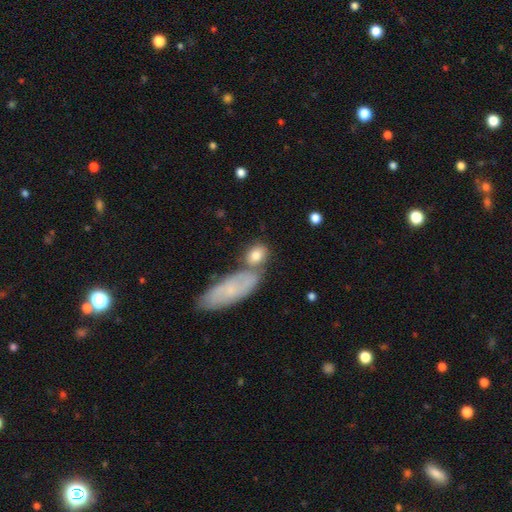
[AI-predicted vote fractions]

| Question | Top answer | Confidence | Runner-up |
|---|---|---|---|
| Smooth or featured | smooth | 77% | featured or disk (16%) |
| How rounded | in between | 62% | round (31%) |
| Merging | none | 51% | merger (29%) |